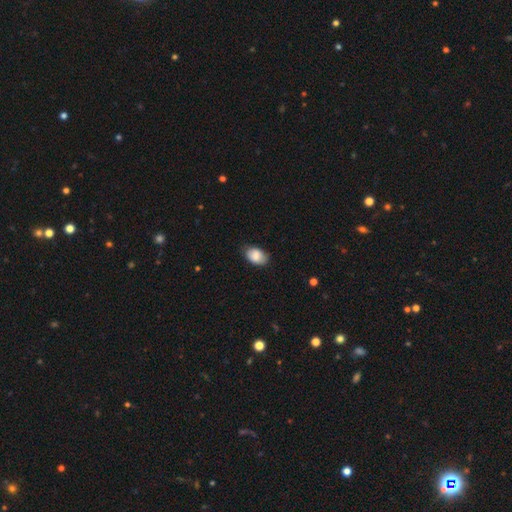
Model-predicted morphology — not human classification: A smooth galaxy with no disk features (84%) that is in between round and cigar-shaped (88%).

Vote fractions:
- Smooth or featured? smooth: 84% / featured or disk: 9% / star or artifact: 7%
- How rounded? in between: 88% / round: 11% / cigar-shaped: 1%
- Merging? none: 76% / minor disturbance: 20% / major disturbance: 3% / merger: 1%